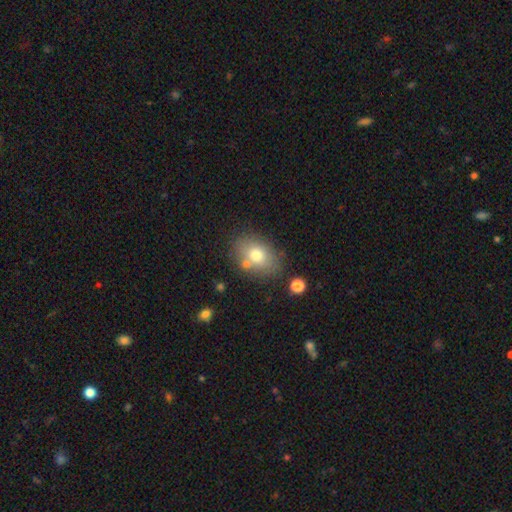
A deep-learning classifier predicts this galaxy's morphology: smooth_or_featured: smooth (p=0.74) [alt: featured or disk p=0.16]
how_rounded: in between (p=0.78) [alt: round p=0.21]
merging: none (p=0.72) [alt: minor disturbance p=0.15]